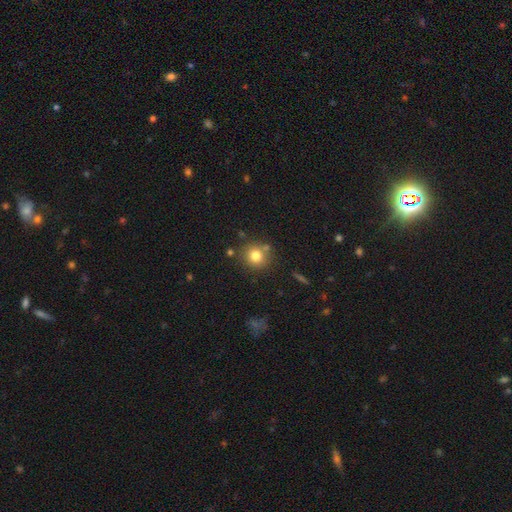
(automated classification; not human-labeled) A smooth galaxy with no disk features (79%) that is round (89%). Merging: none (77%).